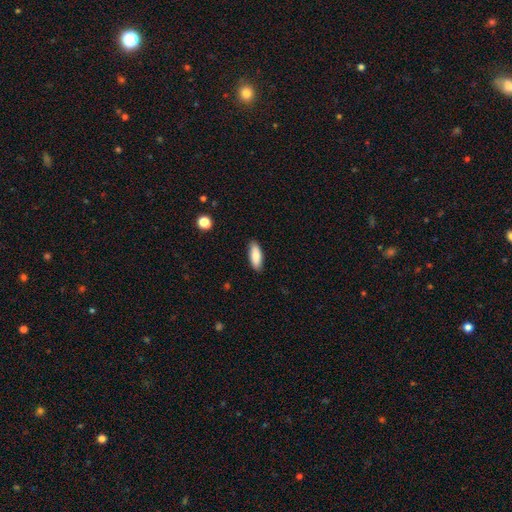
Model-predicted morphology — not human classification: smooth_or_featured: smooth (p=0.86) [alt: featured or disk p=0.08]
how_rounded: in between (p=0.67) [alt: cigar-shaped p=0.31]
merging: none (p=0.87) [alt: minor disturbance p=0.10]